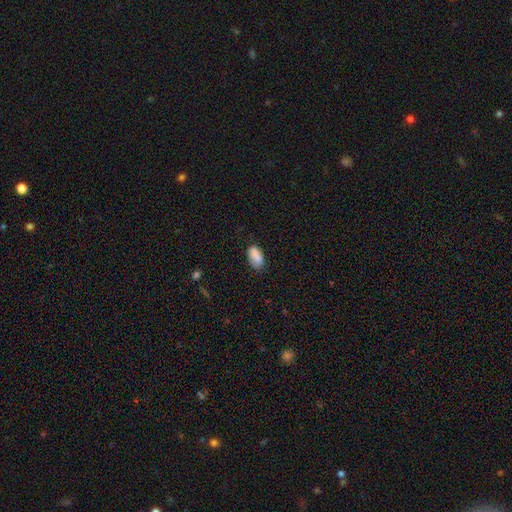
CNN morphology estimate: Smooth or featured: smooth — 84% (featured or disk — 8%)
How rounded: in between — 92% (round — 4%)
Merging: none — 73% (minor disturbance — 21%)